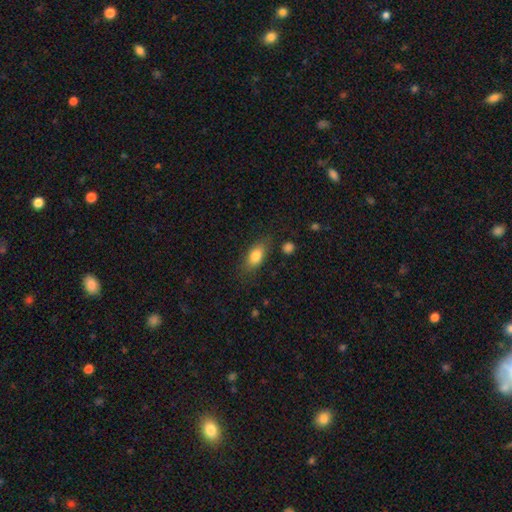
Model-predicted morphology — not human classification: A smooth galaxy with no disk features (79%) that is in between round and cigar-shaped (81%). Merging: none (77%).